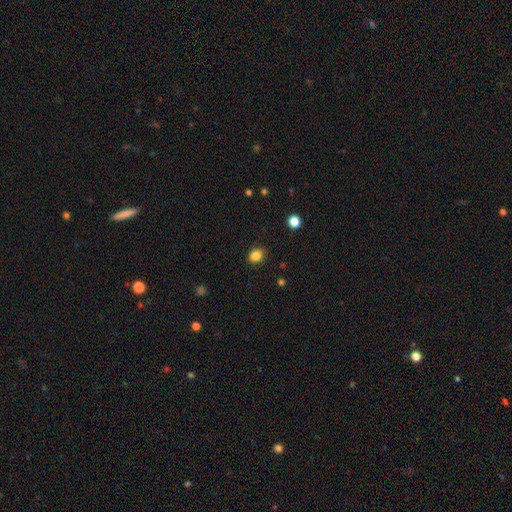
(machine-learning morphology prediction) Smooth or featured?
  - smooth: 85% *
  - star or artifact: 11%
  - featured or disk: 4%
How rounded?
  - round: 63% *
  - in between: 36%
  - cigar-shaped: 1%
Merging?
  - none: 88% *
  - minor disturbance: 9%
  - major disturbance: 2%
  - merger: 1%